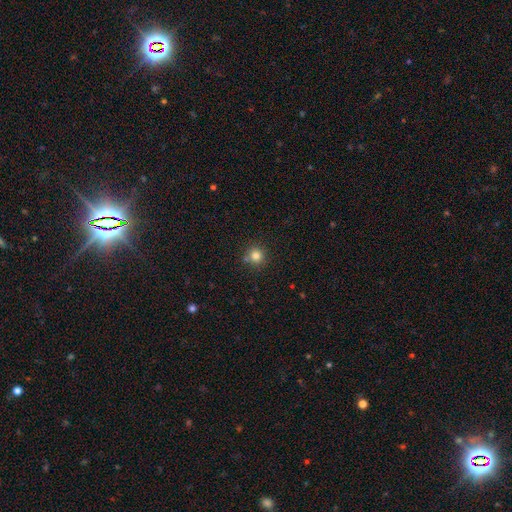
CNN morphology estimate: Smooth or featured? Predicted: smooth (p=0.81). How rounded? Predicted: round (p=0.93). Merging? Predicted: none (p=0.80).